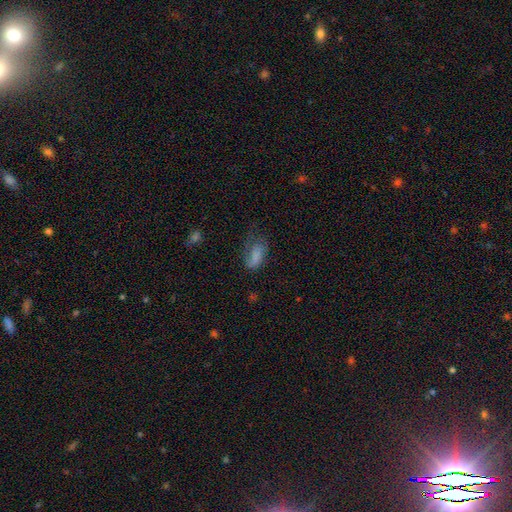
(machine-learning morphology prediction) The model was most divided on "merging": none: 37%, major disturbance: 31%, minor disturbance: 30%, merger: 3%. More confident: how rounded — in between (90%); smooth or featured — smooth (70%).